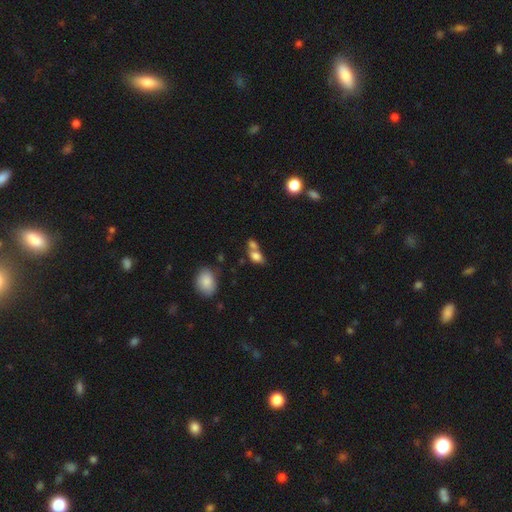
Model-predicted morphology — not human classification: smooth_or_featured: smooth (p=0.79) [alt: featured or disk p=0.12]
how_rounded: in between (p=0.79) [alt: round p=0.16]
merging: merger (p=0.54) [alt: none p=0.30]